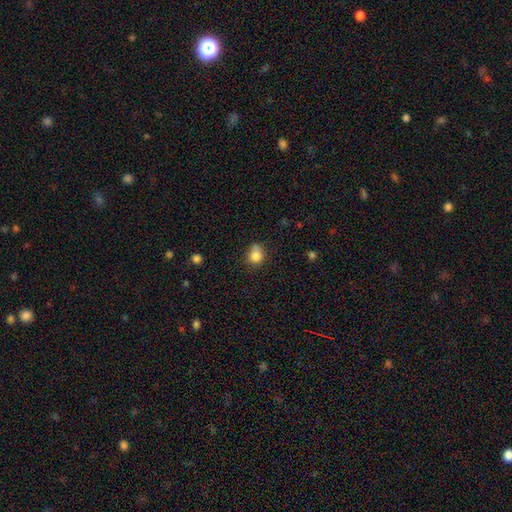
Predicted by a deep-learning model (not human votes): Smooth or featured? smooth (83%)
How rounded? round (59%)
Merging? none (53%)